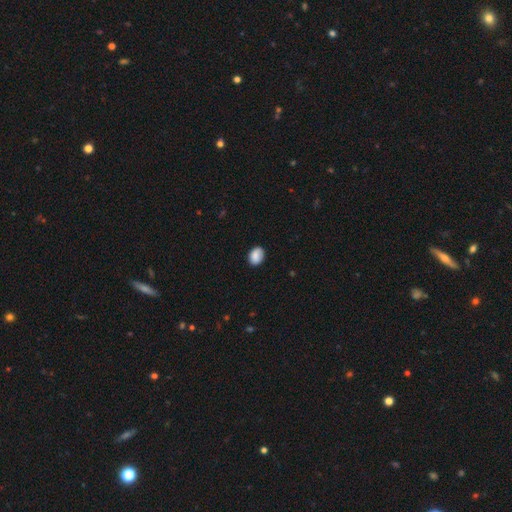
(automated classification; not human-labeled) Q: Smooth or featured?
A: smooth (86%); runner-up: star or artifact (8%)
Q: How rounded?
A: in between (70%); runner-up: round (29%)
Q: Merging?
A: none (82%); runner-up: minor disturbance (14%)